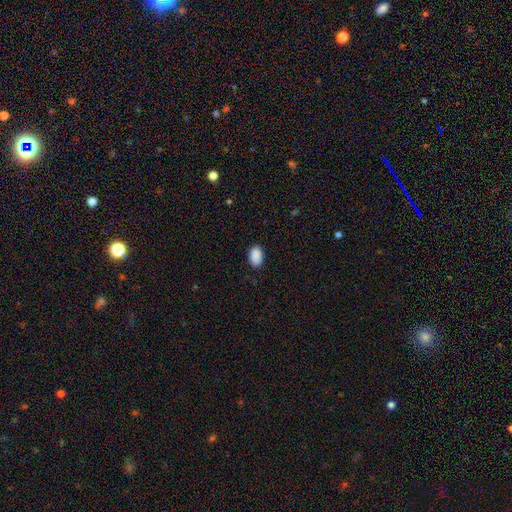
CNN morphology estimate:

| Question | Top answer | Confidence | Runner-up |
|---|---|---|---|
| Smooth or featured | smooth | 91% | star or artifact (7%) |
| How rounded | in between | 90% | round (9%) |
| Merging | none | 87% | minor disturbance (10%) |